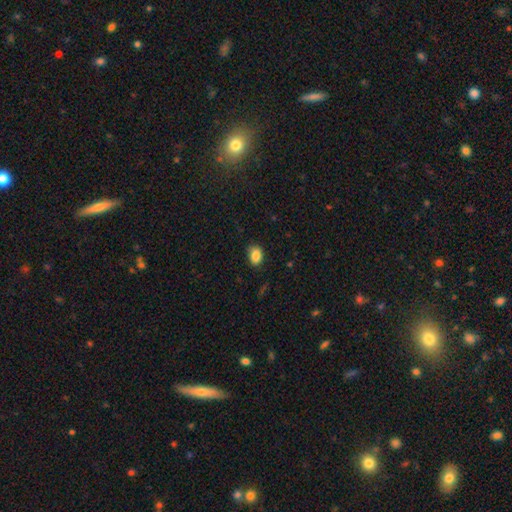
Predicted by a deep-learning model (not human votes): Smooth or featured: smooth — 86% (star or artifact — 9%)
How rounded: in between — 73% (round — 26%)
Merging: none — 75% (minor disturbance — 20%)